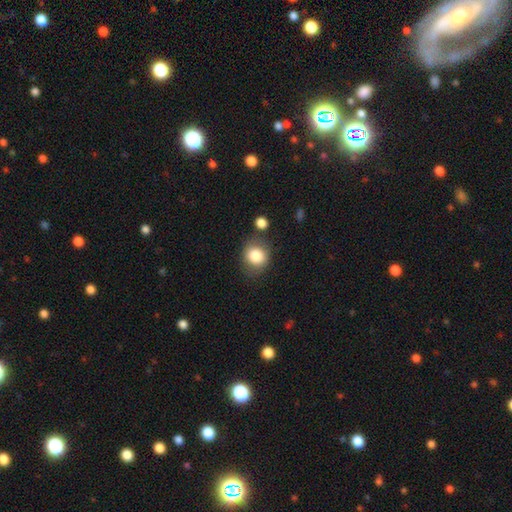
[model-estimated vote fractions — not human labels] Overall: smooth (82%). How rounded: round (75%). Merging: none (73%).